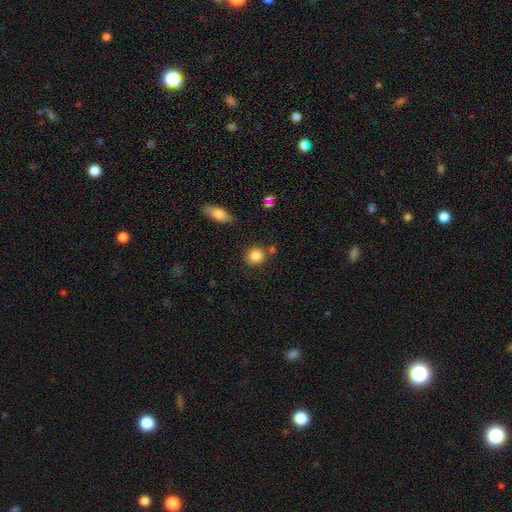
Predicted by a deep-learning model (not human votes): smooth_or_featured: smooth (p=0.86) [alt: star or artifact p=0.09]
how_rounded: round (p=0.84) [alt: in between p=0.14]
merging: none (p=0.78) [alt: minor disturbance p=0.10]